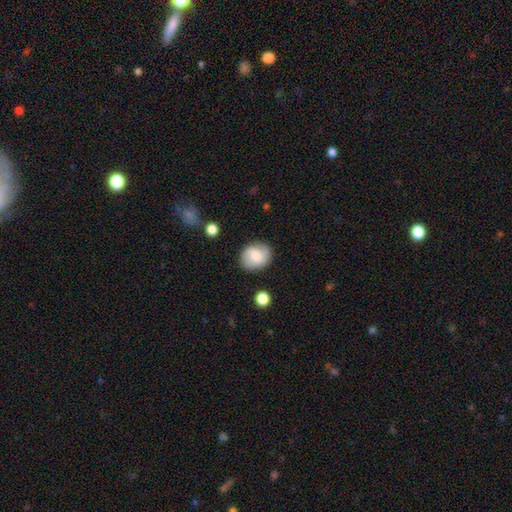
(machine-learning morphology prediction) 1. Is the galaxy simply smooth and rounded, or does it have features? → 66% smooth, 27% featured or disk, 7% star or artifact.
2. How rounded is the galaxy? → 64% round, 35% in between, 1% cigar-shaped.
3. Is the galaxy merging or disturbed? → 83% none, 12% minor disturbance, 3% major disturbance, 2% merger.